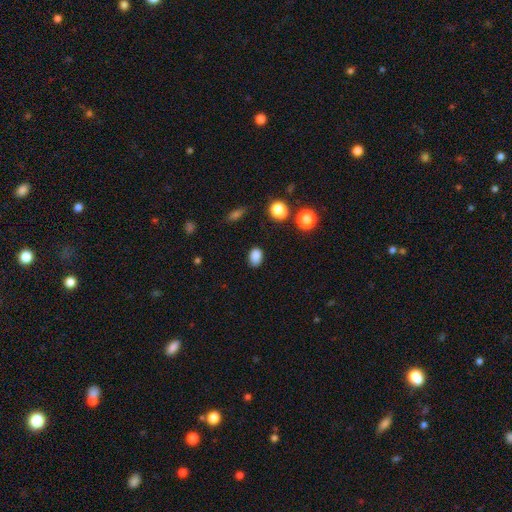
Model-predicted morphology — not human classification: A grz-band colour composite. It shows a smooth galaxy with no disk features (84%) that is in between round and cigar-shaped (79%). Merging: none (81%).